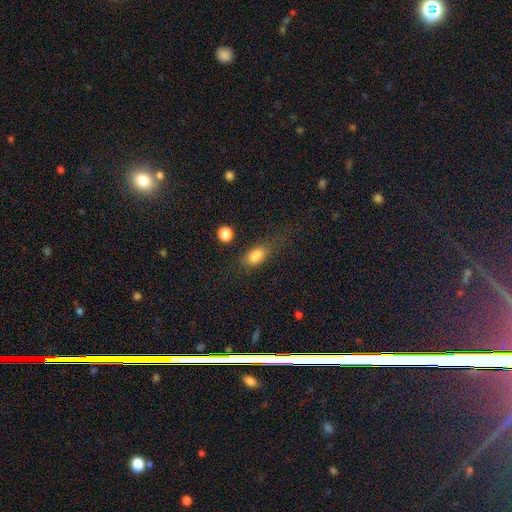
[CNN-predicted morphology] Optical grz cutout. It shows a smooth galaxy with no disk features (79%) that is in between round and cigar-shaped (79%). Merging: none (54%).